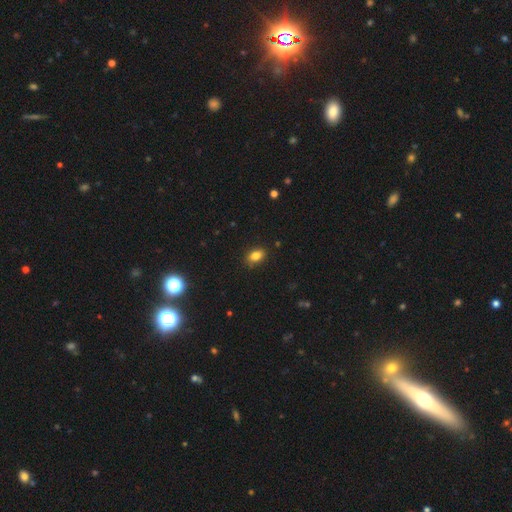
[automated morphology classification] This is clearly a smooth galaxy (83%). How rounded: clearly in between (83%). Merging: clearly none (85%).